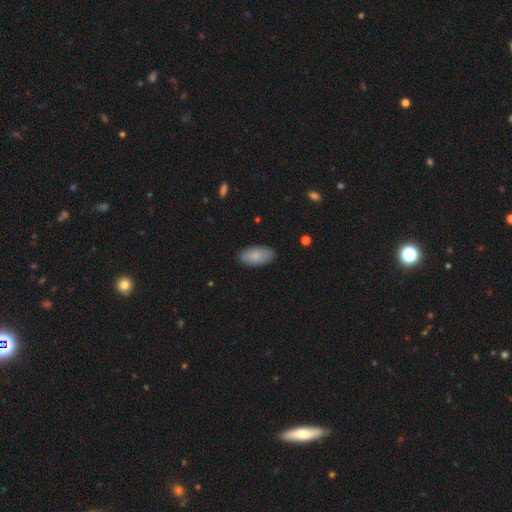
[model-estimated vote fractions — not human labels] Q: Smooth or featured?
A: smooth (84%); runner-up: featured or disk (10%)
Q: How rounded?
A: in between (94%); runner-up: cigar-shaped (4%)
Q: Merging?
A: none (86%); runner-up: minor disturbance (11%)